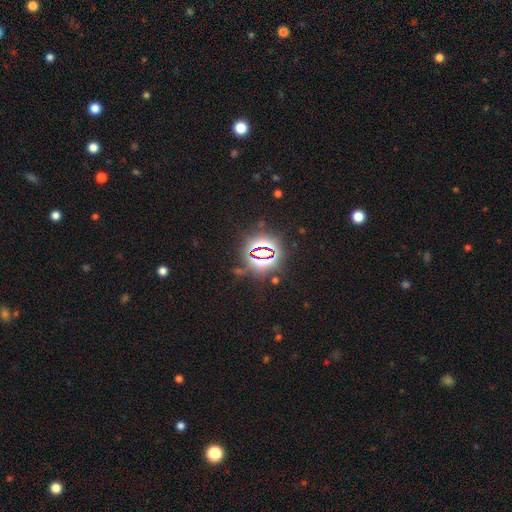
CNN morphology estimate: Smooth or featured?
  - star or artifact: 80% *
  - smooth: 12%
  - featured or disk: 8%